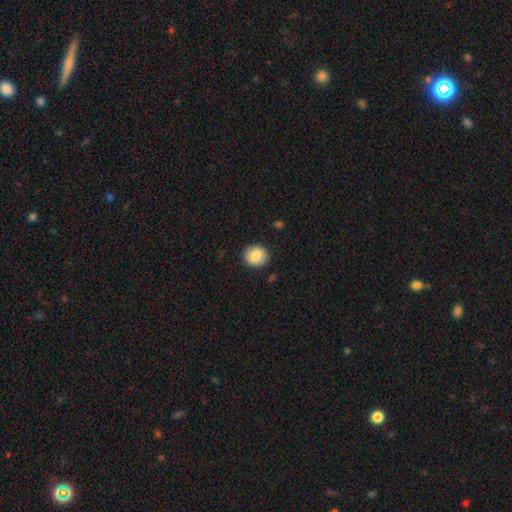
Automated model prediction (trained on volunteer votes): Smooth or featured?
  - smooth: 84% *
  - featured or disk: 9%
  - star or artifact: 8%
How rounded?
  - round: 83% *
  - in between: 16%
  - cigar-shaped: 1%
Merging?
  - none: 90% *
  - minor disturbance: 7%
  - major disturbance: 2%
  - merger: 1%